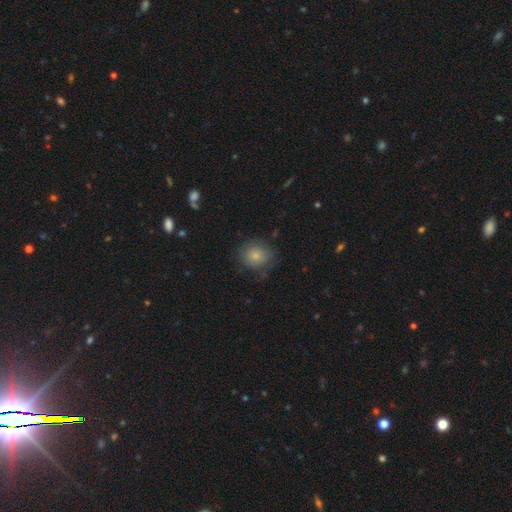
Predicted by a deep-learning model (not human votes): Morphology: type=smooth (82%); roundness=round (77%); merging=none (77%).